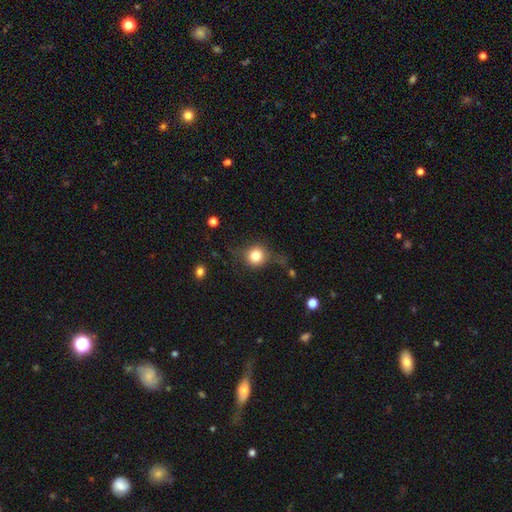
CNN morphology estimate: Q: Smooth or featured?
A: smooth (76%); runner-up: featured or disk (13%)
Q: How rounded?
A: round (88%); runner-up: in between (10%)
Q: Merging?
A: none (69%); runner-up: minor disturbance (18%)